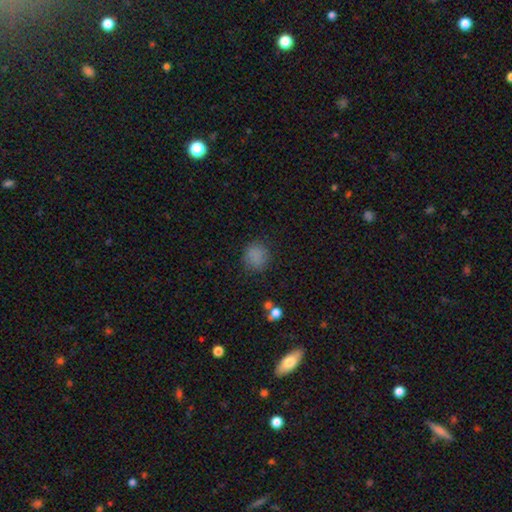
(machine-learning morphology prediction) smooth 82%, star or artifact 13%, featured or disk 6%. Down the decision tree: how rounded — round (84%); merging — none (81%).